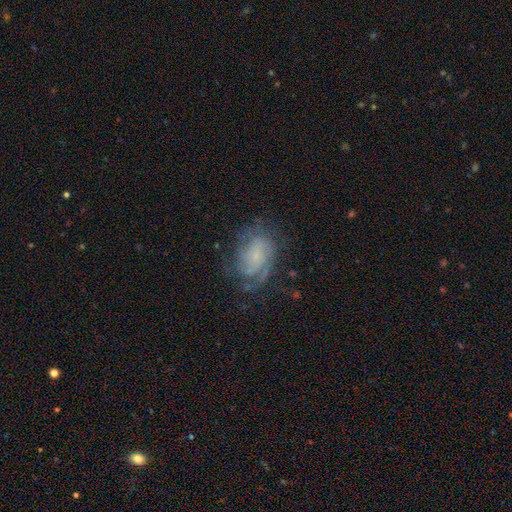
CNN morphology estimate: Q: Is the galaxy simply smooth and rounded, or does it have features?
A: featured or disk — 66%.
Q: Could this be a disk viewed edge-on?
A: no — 97%.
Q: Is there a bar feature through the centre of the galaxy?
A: no — 67%.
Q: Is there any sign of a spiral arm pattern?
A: yes — 89%.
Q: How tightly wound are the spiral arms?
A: tight — 49%.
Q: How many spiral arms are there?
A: can't tell — 41%.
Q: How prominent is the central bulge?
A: small — 53%.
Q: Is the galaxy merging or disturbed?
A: none — 65%.